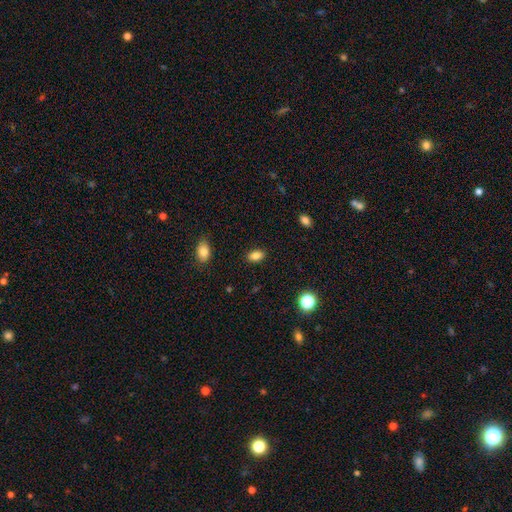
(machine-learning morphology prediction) smooth 84%, star or artifact 10%, featured or disk 6%. Down the decision tree: how rounded — in between (88%); merging — none (87%).